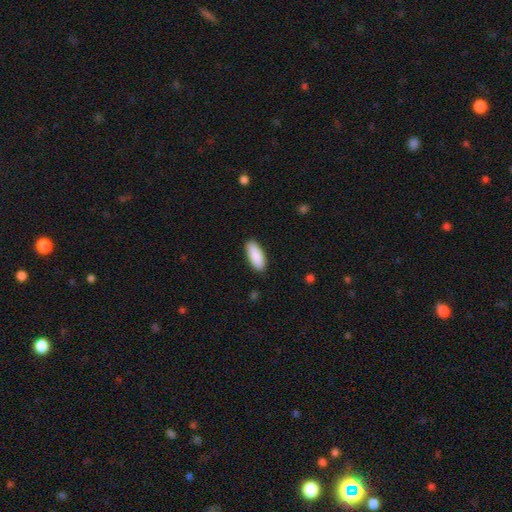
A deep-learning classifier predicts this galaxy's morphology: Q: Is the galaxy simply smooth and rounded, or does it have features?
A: smooth — 90%.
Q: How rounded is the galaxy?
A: in between — 78%.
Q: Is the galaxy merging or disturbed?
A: none — 88%.